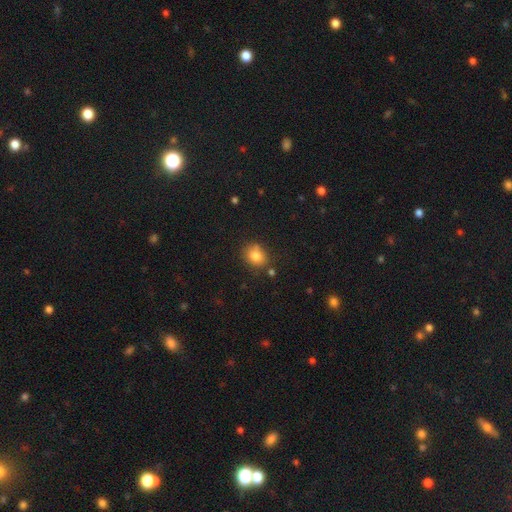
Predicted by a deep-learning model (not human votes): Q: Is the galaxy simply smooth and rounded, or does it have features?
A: smooth — 82%.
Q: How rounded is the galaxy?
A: round — 60%.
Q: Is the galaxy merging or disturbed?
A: none — 72%.